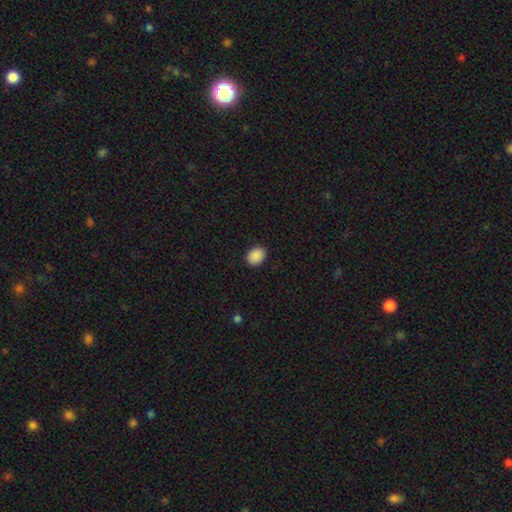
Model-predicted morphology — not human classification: Smooth or featured? Predicted: smooth (p=0.90). How rounded? Predicted: in between (p=0.66). Merging? Predicted: none (p=0.89).